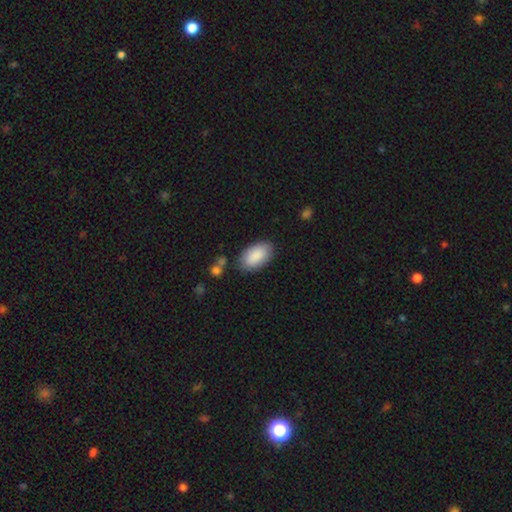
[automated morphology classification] This is clearly a smooth galaxy (89%). How rounded: clearly in between (95%). Merging: clearly none (82%).